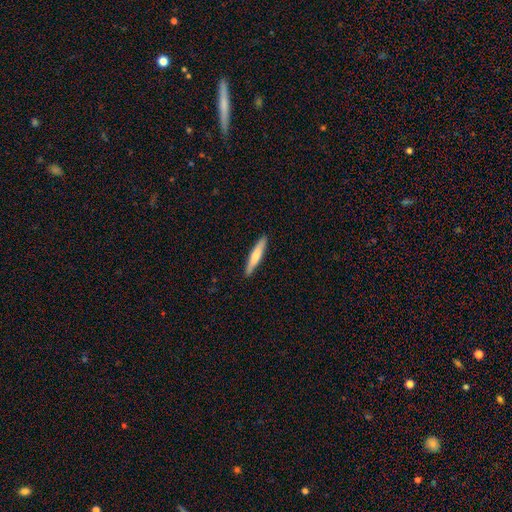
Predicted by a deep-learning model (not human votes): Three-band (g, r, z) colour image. It shows a smooth galaxy with no disk features (64%) that is cigar-shaped (92%). Merging: none (91%).